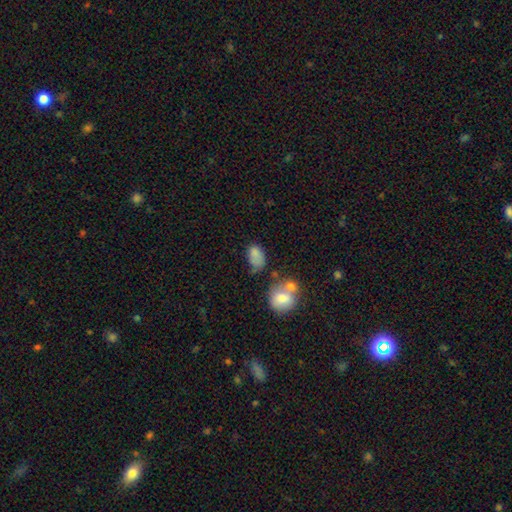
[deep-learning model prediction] smooth_or_featured: smooth (p=0.78) [alt: featured or disk p=0.11]
how_rounded: in between (p=0.83) [alt: round p=0.16]
merging: none (p=0.33) [alt: minor disturbance p=0.28]